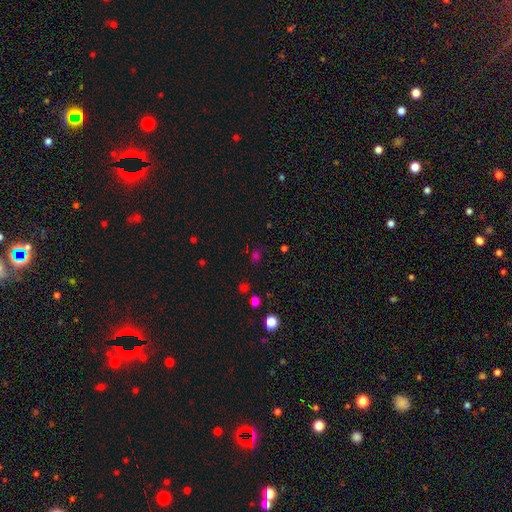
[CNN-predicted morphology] The model was most divided on "how rounded": round: 51%, in between: 47%, cigar-shaped: 2%. More confident: merging — none (73%); smooth or featured — smooth (52%).